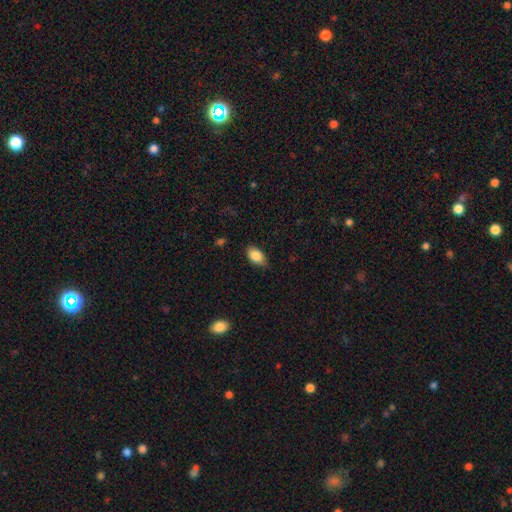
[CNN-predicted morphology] Smooth or featured? smooth (86%)
How rounded? in between (90%)
Merging? none (76%)